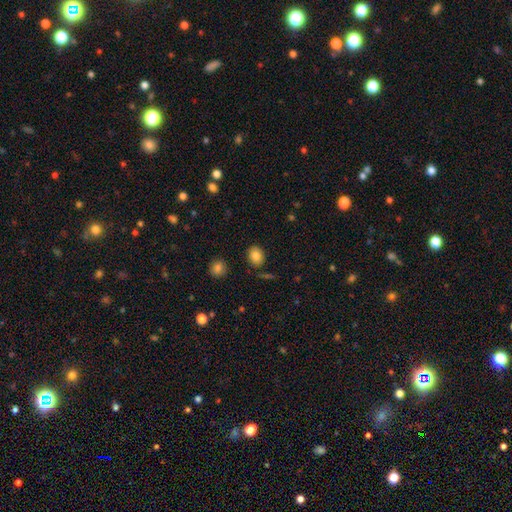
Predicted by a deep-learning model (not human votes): A smooth galaxy with no disk features (83%) that is round (53%).

Vote fractions:
- Smooth or featured? smooth: 83% / star or artifact: 9% / featured or disk: 7%
- How rounded? round: 53% / in between: 46% / cigar-shaped: 1%
- Merging? none: 86% / minor disturbance: 9% / merger: 3% / major disturbance: 2%